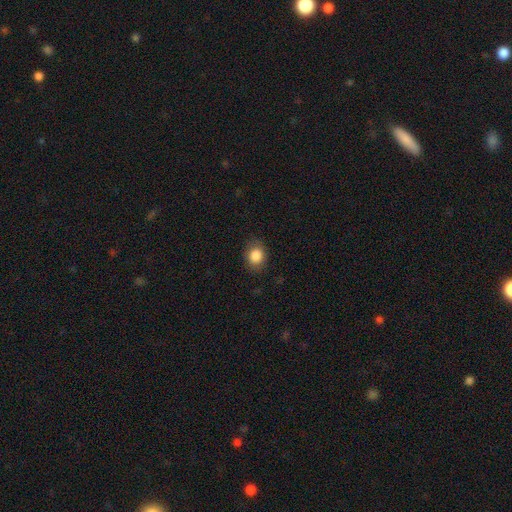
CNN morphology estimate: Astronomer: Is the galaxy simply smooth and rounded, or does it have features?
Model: smooth — 86%.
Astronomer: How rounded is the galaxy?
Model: round — 56% (runner-up: in between, 43%).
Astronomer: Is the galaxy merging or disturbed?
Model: none — 81%.